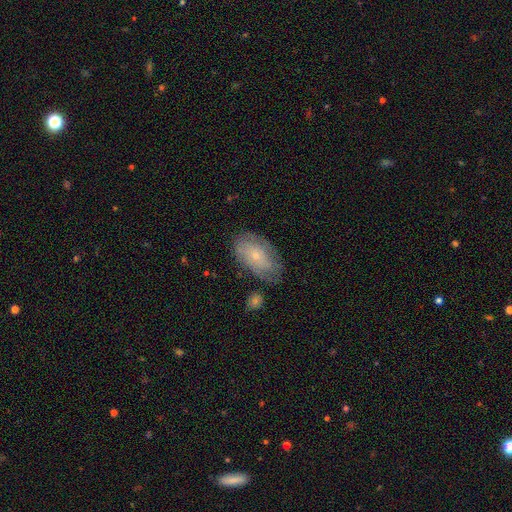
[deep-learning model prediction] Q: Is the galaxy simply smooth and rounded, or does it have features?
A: smooth — 47%.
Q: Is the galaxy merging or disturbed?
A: none — 67%.